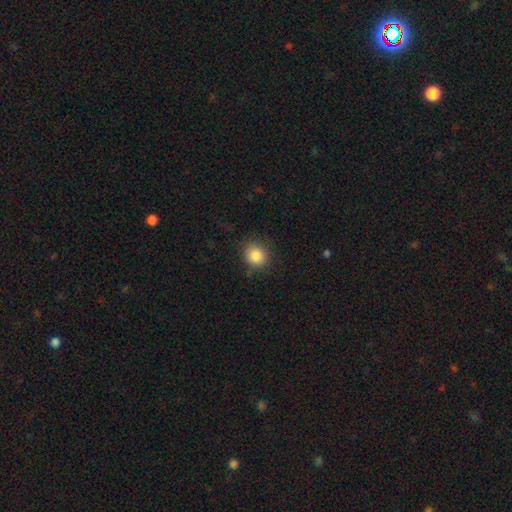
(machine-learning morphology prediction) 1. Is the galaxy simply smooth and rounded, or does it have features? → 85% smooth, 10% star or artifact, 5% featured or disk.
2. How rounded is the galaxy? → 83% round, 16% in between, 1% cigar-shaped.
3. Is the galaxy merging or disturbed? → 84% none, 12% minor disturbance, 3% major disturbance, 1% merger.